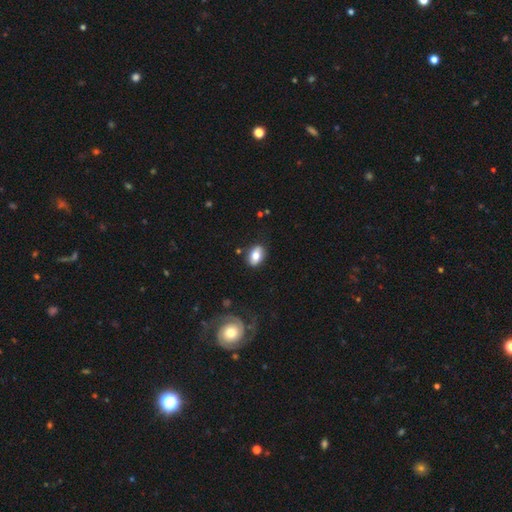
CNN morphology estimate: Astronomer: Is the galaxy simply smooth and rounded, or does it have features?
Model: smooth — 74%.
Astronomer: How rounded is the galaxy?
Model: in between — 85%.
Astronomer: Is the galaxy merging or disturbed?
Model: none — 83%.